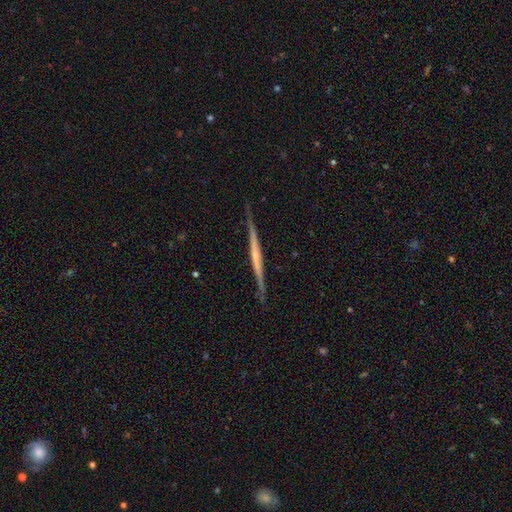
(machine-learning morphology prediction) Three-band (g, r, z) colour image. It shows a featured or disk galaxy (75%) viewed edge-on (98%) with no central bulge (59%). Merging: none (87%).